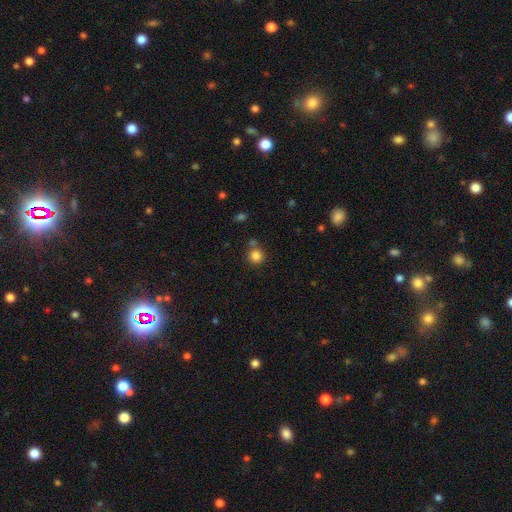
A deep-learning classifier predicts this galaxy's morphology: Smooth or featured? smooth (84%)
How rounded? round (90%)
Merging? none (69%)